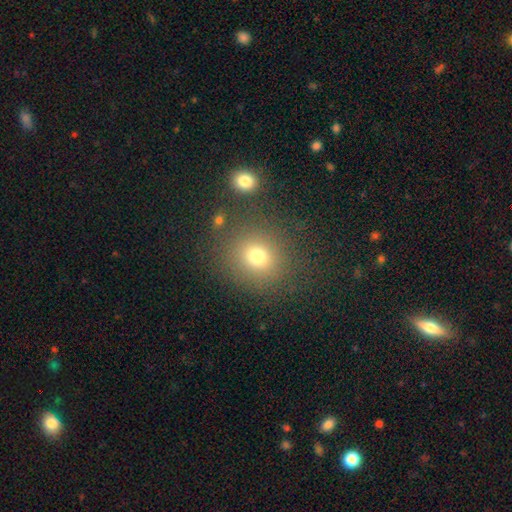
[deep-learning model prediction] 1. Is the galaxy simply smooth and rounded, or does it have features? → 74% smooth, 17% star or artifact, 9% featured or disk.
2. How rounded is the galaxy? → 84% round, 15% in between, 1% cigar-shaped.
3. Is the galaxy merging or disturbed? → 81% none, 9% minor disturbance, 5% major disturbance, 5% merger.